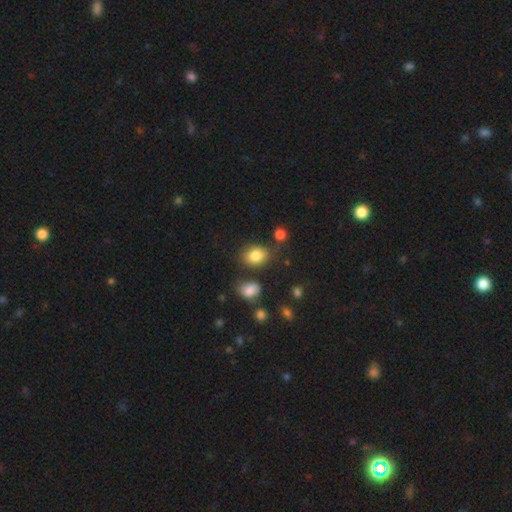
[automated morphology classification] Smooth or featured: smooth — 84% (star or artifact — 10%)
How rounded: in between — 59% (round — 40%)
Merging: none — 74% (minor disturbance — 15%)